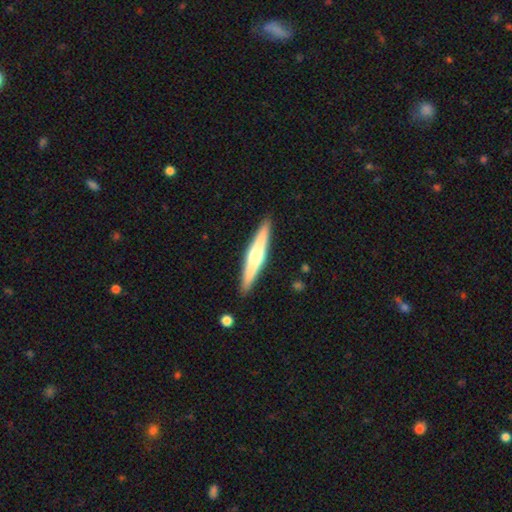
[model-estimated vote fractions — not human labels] smooth_or_featured: featured or disk (p=0.59) [alt: smooth p=0.36]
disk_edge_on: yes (p=0.96) [alt: no p=0.04]
edge_on_bulge: rounded (p=0.88) [alt: none p=0.07]
merging: none (p=0.91) [alt: minor disturbance p=0.06]